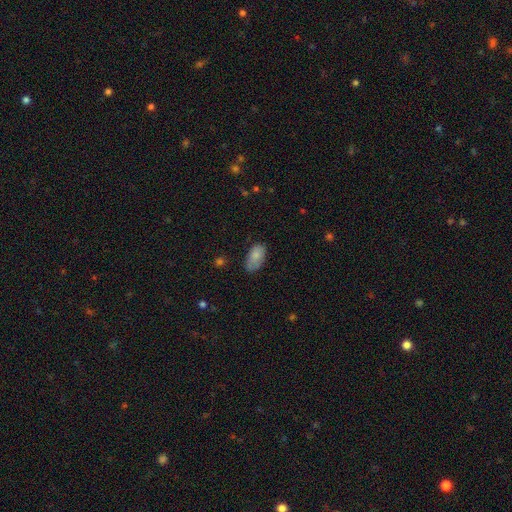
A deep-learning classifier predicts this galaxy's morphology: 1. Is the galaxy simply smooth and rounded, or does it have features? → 82% smooth, 11% featured or disk, 7% star or artifact.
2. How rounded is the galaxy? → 94% in between, 4% round, 3% cigar-shaped.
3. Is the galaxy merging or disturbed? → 64% none, 28% minor disturbance, 6% major disturbance, 2% merger.